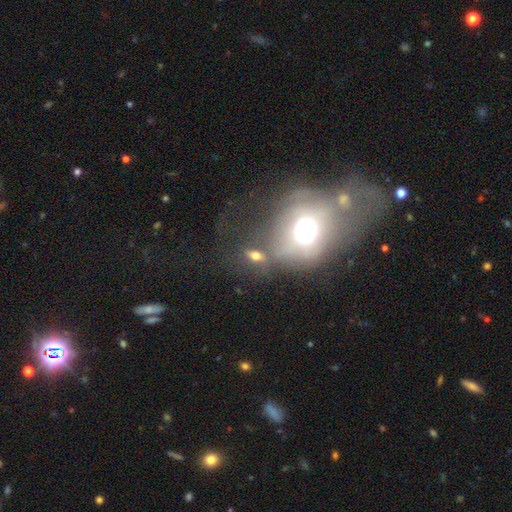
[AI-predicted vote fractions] Smooth or featured?
  - smooth: 52% *
  - featured or disk: 27%
  - star or artifact: 21%
How rounded?
  - in between: 61% *
  - round: 25%
  - cigar-shaped: 14%
Merging?
  - none: 65% *
  - merger: 14%
  - minor disturbance: 13%
  - major disturbance: 8%